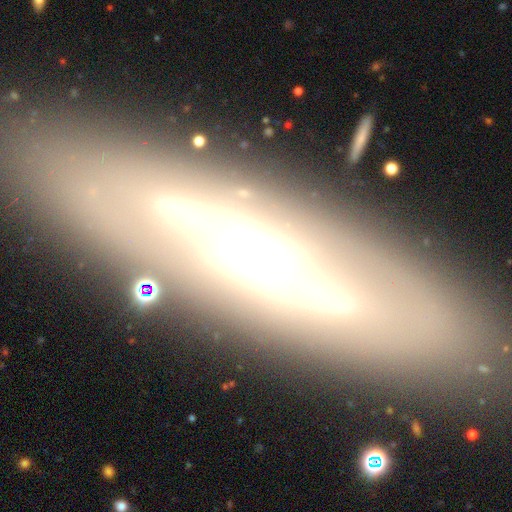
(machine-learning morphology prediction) type=featured or disk (72%); edge-on=yes (52%); merging=none (83%).